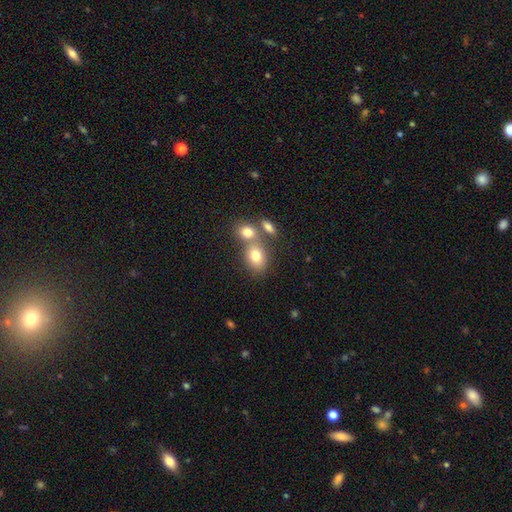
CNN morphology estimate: Q: Smooth or featured?
A: smooth (77%); runner-up: featured or disk (13%)
Q: How rounded?
A: in between (62%); runner-up: round (36%)
Q: Merging?
A: none (45%); runner-up: merger (40%)